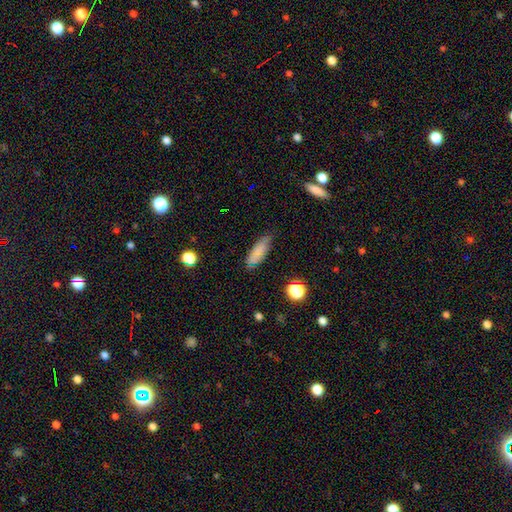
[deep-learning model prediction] Overall: smooth (75%). How rounded: cigar-shaped (55%; in between 42%). Merging: none (81%).